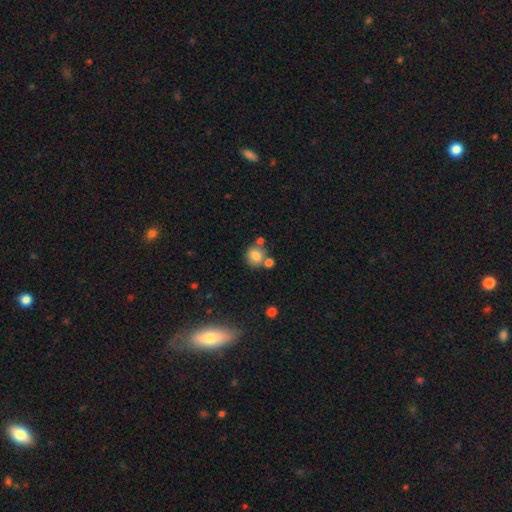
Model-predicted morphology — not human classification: The model was most divided on "merging": none: 60%, merger: 25%, minor disturbance: 12%, major disturbance: 4%. More confident: how rounded — round (84%); smooth or featured — smooth (78%).